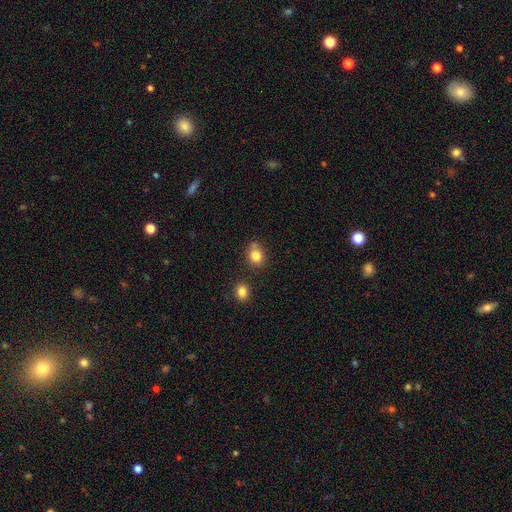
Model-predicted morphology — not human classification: smooth-or-featured: smooth: 83% | star or artifact: 11% | featured or disk: 7%
  how-rounded: round: 73% | in between: 26% | cigar-shaped: 1%
  merging: none: 68% | minor disturbance: 17% | merger: 10% | major disturbance: 4%